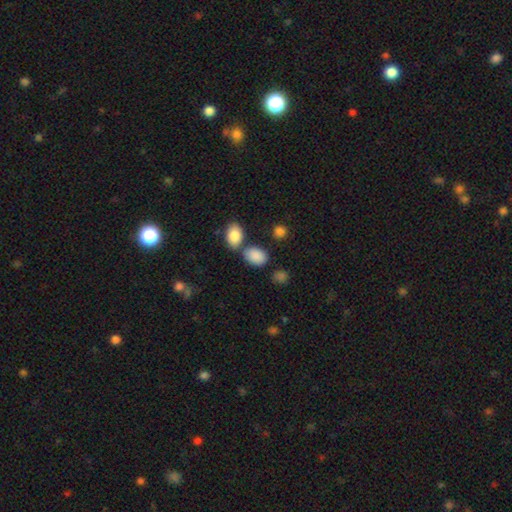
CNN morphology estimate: Smooth or featured? smooth (87%)
How rounded? in between (86%)
Merging? none (66%)